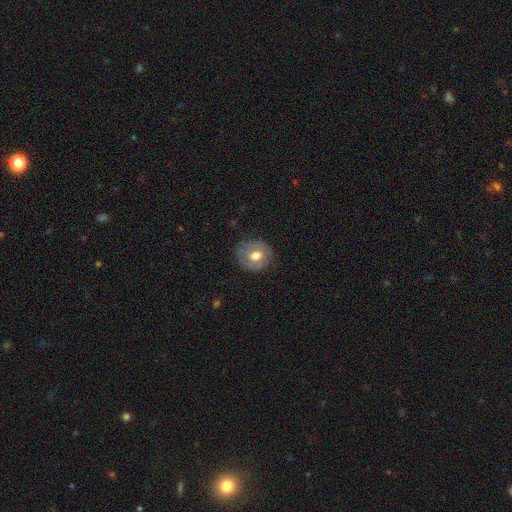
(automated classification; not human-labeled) Smooth or featured?
  - smooth: 48% *
  - featured or disk: 45%
  - star or artifact: 7%
Merging?
  - none: 72% *
  - minor disturbance: 20%
  - major disturbance: 7%
  - merger: 1%